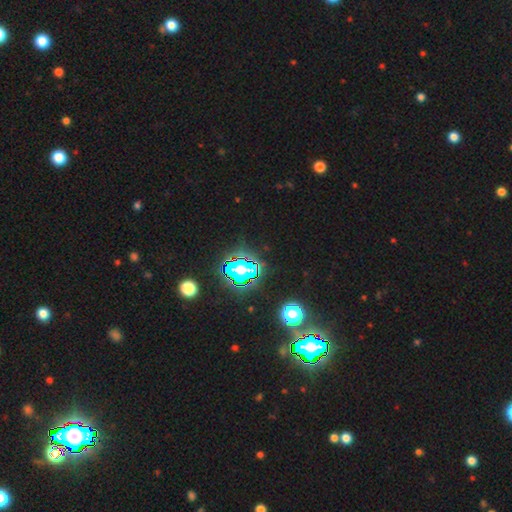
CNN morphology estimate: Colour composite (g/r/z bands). It shows a star or artifact, not a galaxy (81%).